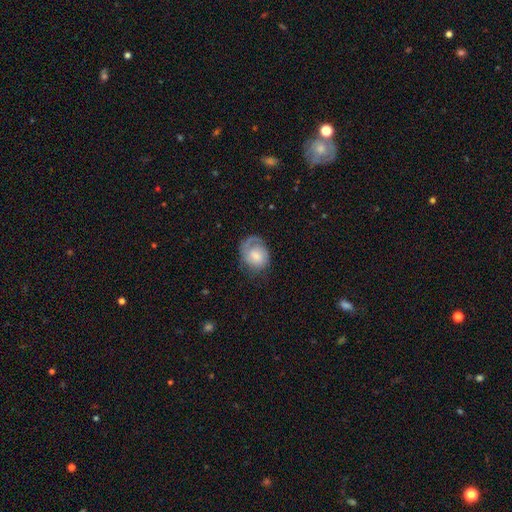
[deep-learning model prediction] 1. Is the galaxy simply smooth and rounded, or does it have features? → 48% smooth, 45% featured or disk, 7% star or artifact.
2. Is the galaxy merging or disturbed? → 52% none, 25% minor disturbance, 21% major disturbance, 2% merger.